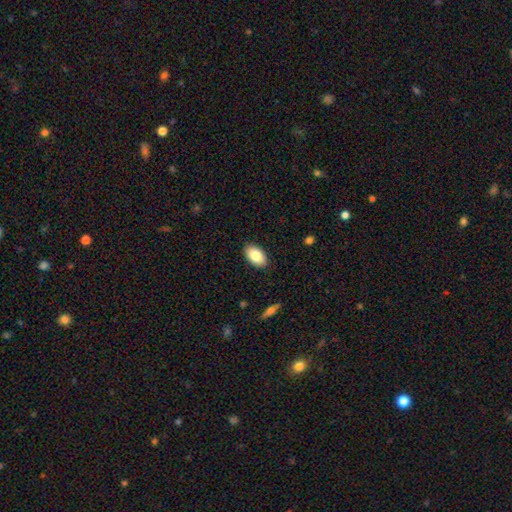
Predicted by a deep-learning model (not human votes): Smooth or featured? Predicted: smooth (p=0.84). How rounded? Predicted: in between (p=0.94). Merging? Predicted: none (p=0.89).